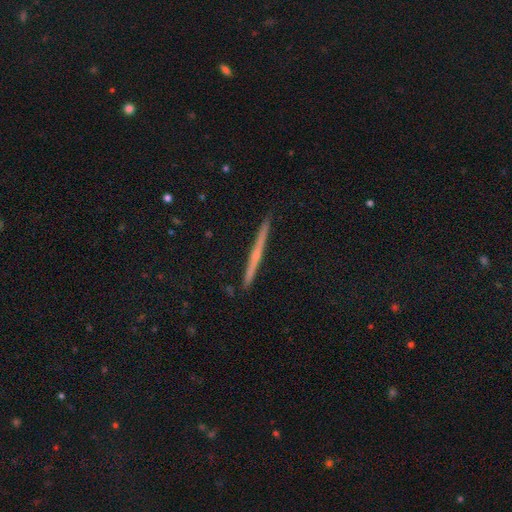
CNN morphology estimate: Smooth or featured? featured or disk (68%)
Edge-on disk? yes (98%)
Edge-on bulge? none (55%)
Merging? none (91%)